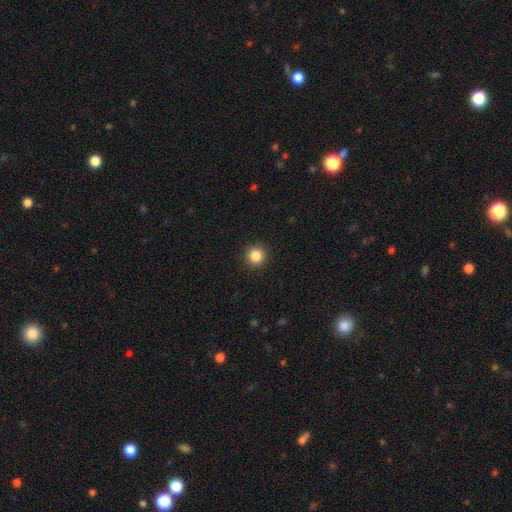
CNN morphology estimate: This appears to be a smooth galaxy with no disk features (86%) that is round (95%). Merging: none (92%).